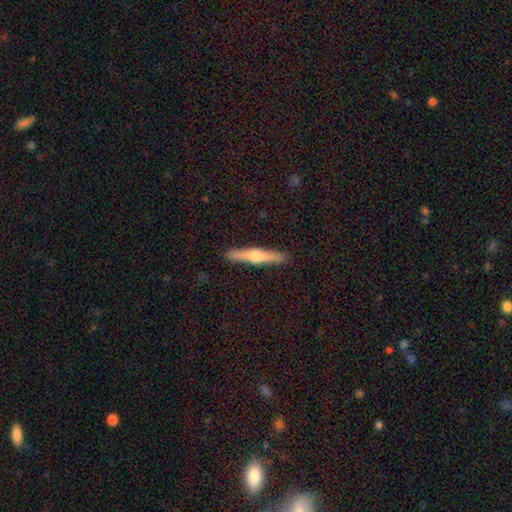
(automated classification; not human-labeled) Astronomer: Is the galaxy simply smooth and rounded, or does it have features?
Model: featured or disk — 64%.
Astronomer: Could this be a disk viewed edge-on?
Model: yes — 97%.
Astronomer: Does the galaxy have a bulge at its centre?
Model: rounded — 88%.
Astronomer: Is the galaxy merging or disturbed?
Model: none — 91%.